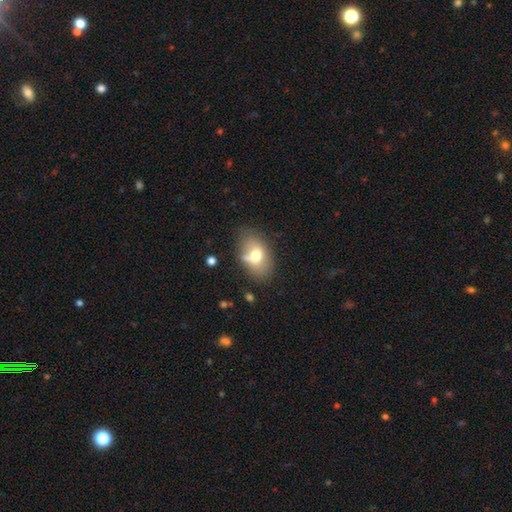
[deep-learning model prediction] smooth-or-featured: smooth: 67% | featured or disk: 23% | star or artifact: 9%
  how-rounded: in between: 82% | round: 16% | cigar-shaped: 1%
  merging: none: 57% | minor disturbance: 24% | merger: 10% | major disturbance: 9%